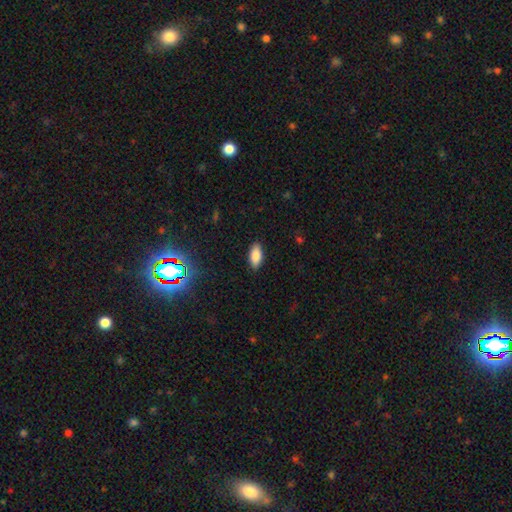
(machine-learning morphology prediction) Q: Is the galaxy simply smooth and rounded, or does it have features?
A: smooth — 86%.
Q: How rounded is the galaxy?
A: in between — 89%.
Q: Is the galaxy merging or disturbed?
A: none — 88%.